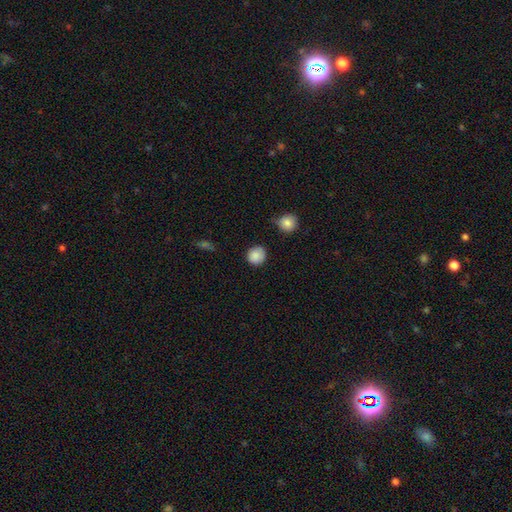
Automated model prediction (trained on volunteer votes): Overall: smooth (87%). How rounded: round (90%). Merging: none (83%).